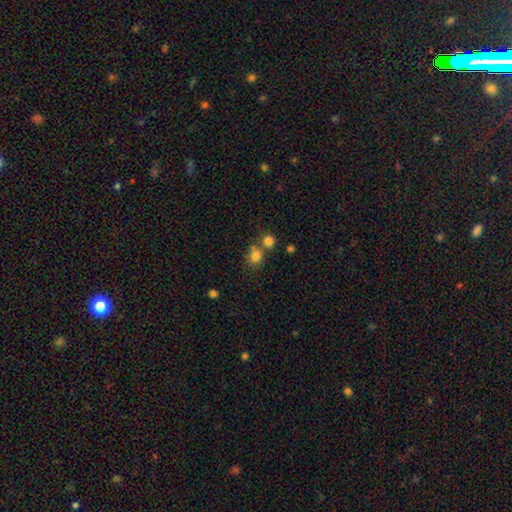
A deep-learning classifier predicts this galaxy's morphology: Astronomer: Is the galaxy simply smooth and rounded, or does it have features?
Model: smooth — 78%.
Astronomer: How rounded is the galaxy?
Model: round — 79%.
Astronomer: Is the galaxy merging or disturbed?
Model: none — 53% (runner-up: merger, 34%).